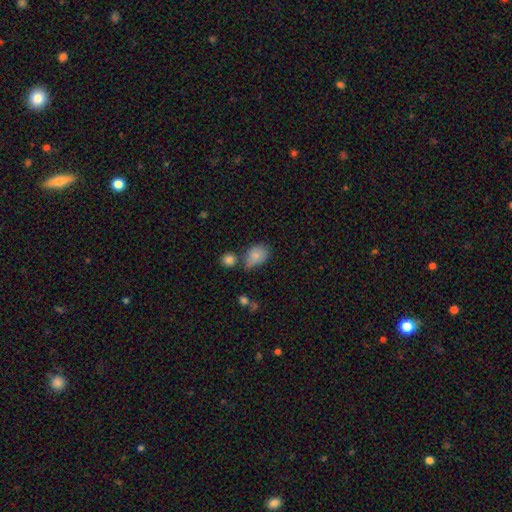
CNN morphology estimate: This appears to be a smooth galaxy with no disk features (81%) that is in between round and cigar-shaped (72%). Merging: none (47%).